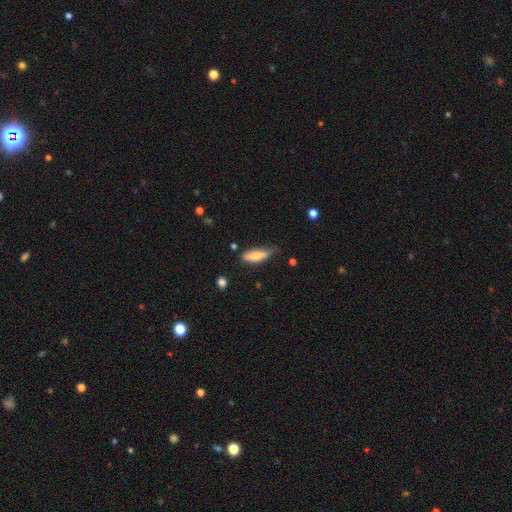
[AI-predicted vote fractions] Overall: smooth (76%). How rounded: cigar-shaped (51%; in between 47%). Merging: none (55%; minor disturbance 35%).